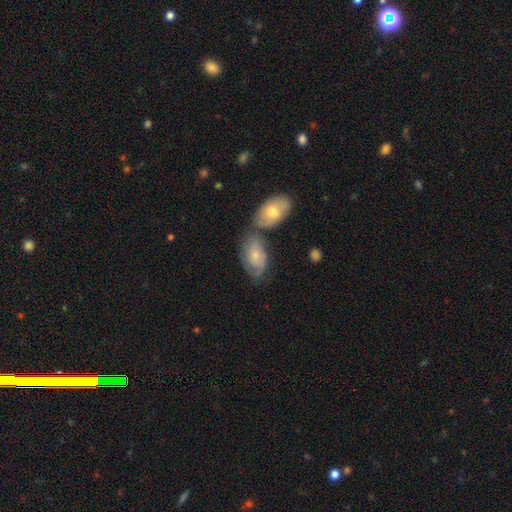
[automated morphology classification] smooth-or-featured: smooth: 52% | featured or disk: 41% | star or artifact: 6%
  how-rounded: in between: 91% | round: 7% | cigar-shaped: 2%
  merging: none: 37% | merger: 31% | minor disturbance: 21% | major disturbance: 11%